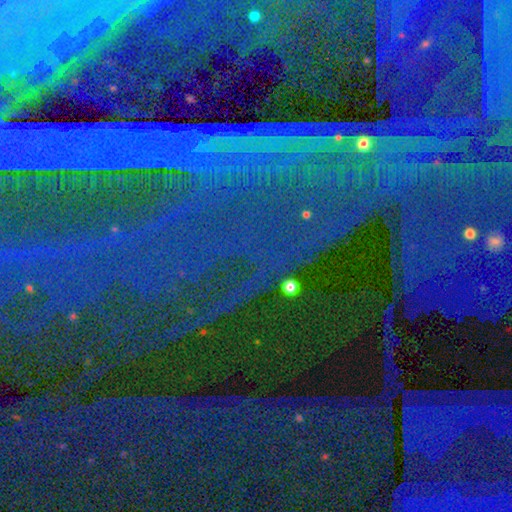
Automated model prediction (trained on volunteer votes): Q: Smooth or featured?
A: star or artifact (89%); runner-up: featured or disk (6%)